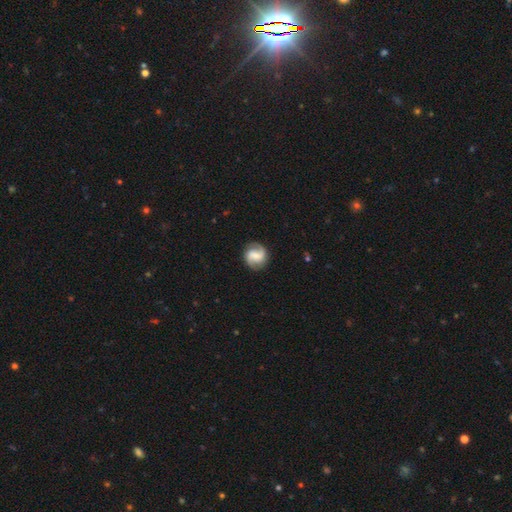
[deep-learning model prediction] Smooth or featured? Predicted: featured or disk (p=0.71). Edge-on disk? Predicted: no (p=0.98). Bar? Predicted: weak (p=0.49). Spiral arms? Predicted: yes (p=0.93). Spiral winding? Predicted: medium (p=0.45). Spiral arm count? Predicted: 2 (p=0.87). Bulge size? Predicted: small (p=0.43). Merging? Predicted: none (p=0.84).